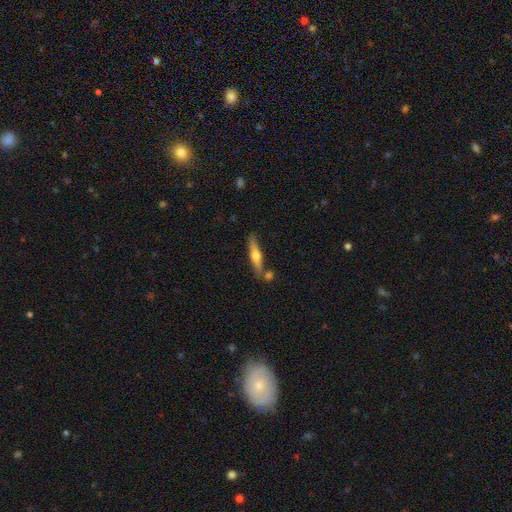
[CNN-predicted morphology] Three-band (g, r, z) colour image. It shows a featured or disk galaxy (55%) viewed edge-on (94%) with a rounded central bulge (91%). Merging: none (75%).